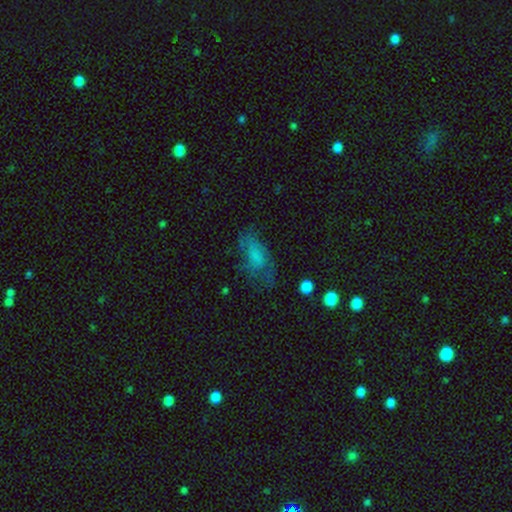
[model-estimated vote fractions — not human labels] A smooth galaxy with no disk features (61%) that is in between round and cigar-shaped (83%).

Vote fractions:
- Smooth or featured? smooth: 61% / featured or disk: 26% / star or artifact: 12%
- How rounded? in between: 83% / cigar-shaped: 11% / round: 5%
- Merging? none: 48% / minor disturbance: 26% / major disturbance: 23% / merger: 3%